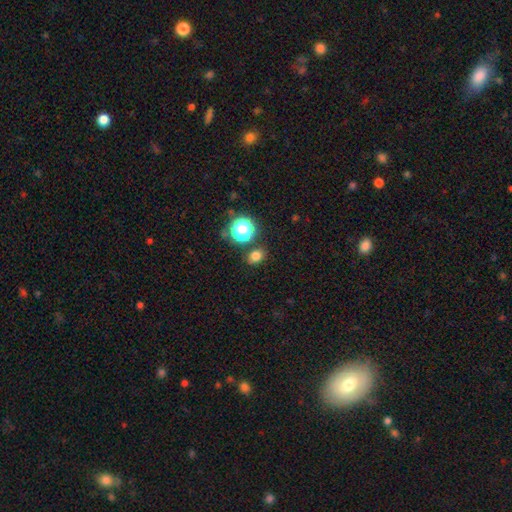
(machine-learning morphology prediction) Smooth or featured? Predicted: smooth (p=0.75). How rounded? Predicted: round (p=0.55). Merging? Predicted: none (p=0.80).